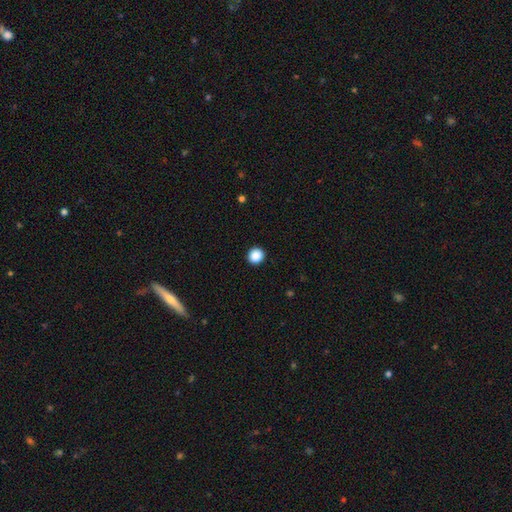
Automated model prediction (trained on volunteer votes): Overall: smooth (88%). How rounded: round (94%). Merging: none (93%).